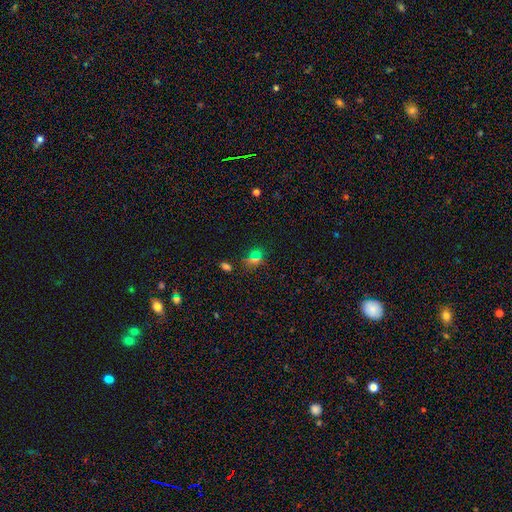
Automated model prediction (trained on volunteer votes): Smooth or featured? smooth (55%)
How rounded? round (55%)
Merging? none (71%)